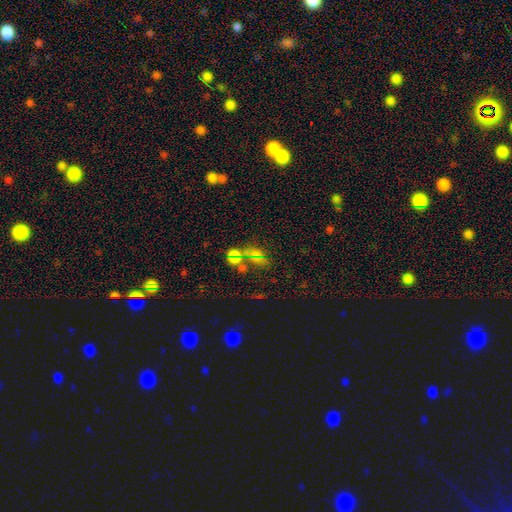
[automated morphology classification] A star or artifact, not a galaxy (57%).

Vote fractions:
- Smooth or featured? star or artifact: 57% / smooth: 32% / featured or disk: 11%